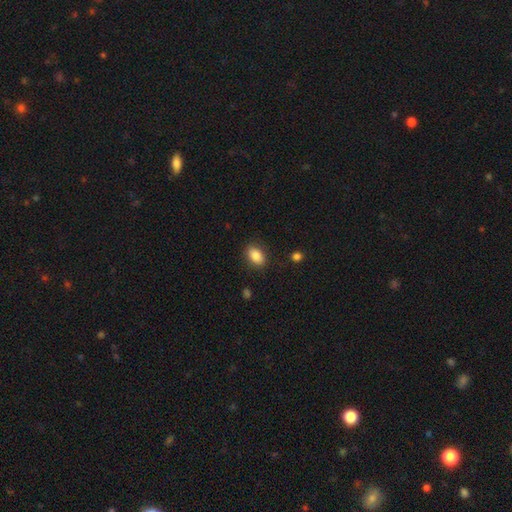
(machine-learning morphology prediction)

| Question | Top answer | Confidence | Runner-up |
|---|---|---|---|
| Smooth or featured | smooth | 86% | star or artifact (8%) |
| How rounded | in between | 86% | round (12%) |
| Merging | none | 85% | minor disturbance (11%) |